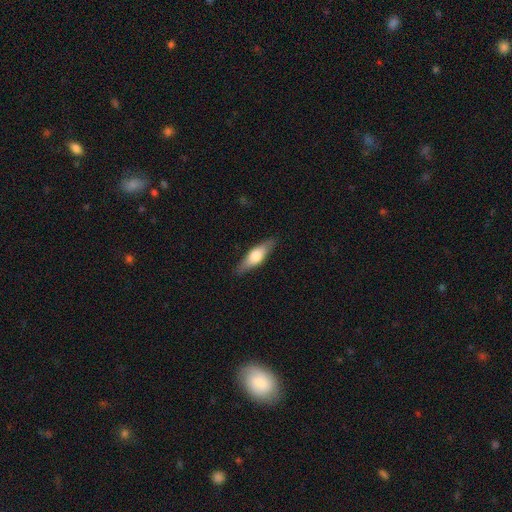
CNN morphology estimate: A smooth galaxy with no disk features (56%) that is cigar-shaped (50%).

Vote fractions:
- Smooth or featured? smooth: 56% / featured or disk: 39% / star or artifact: 6%
- How rounded? cigar-shaped: 50% / in between: 47% / round: 2%
- Merging? none: 86% / minor disturbance: 11% / major disturbance: 2% / merger: 1%